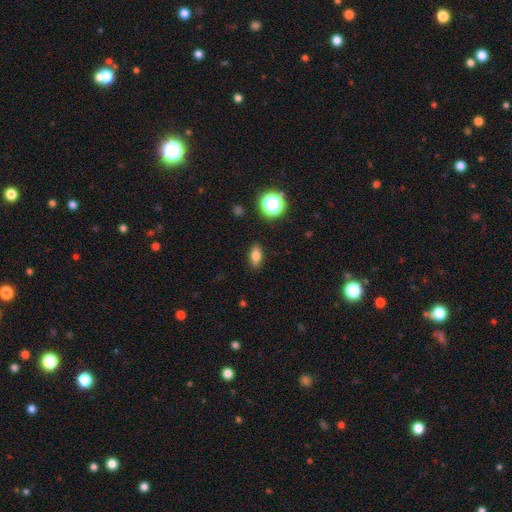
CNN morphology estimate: type=smooth (79%); roundness=in between (82%); merging=none (88%).